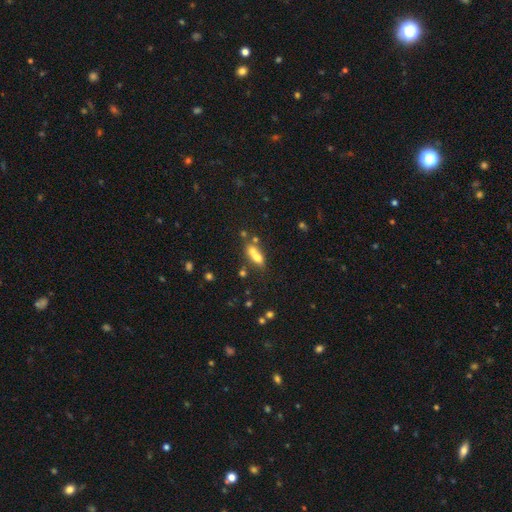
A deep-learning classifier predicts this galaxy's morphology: Overall: smooth (62%; featured or disk 24%). How rounded: in between (64%). Merging: merger (53%; none 30%).